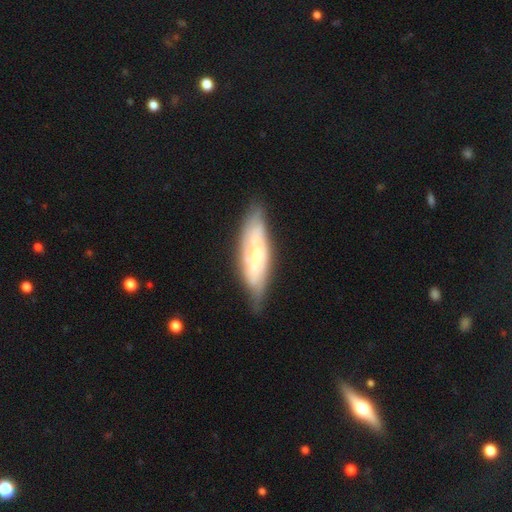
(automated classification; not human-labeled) Smooth or featured? Predicted: featured or disk (p=0.58). Edge-on disk? Predicted: no (p=0.61). Merging? Predicted: none (p=0.71).